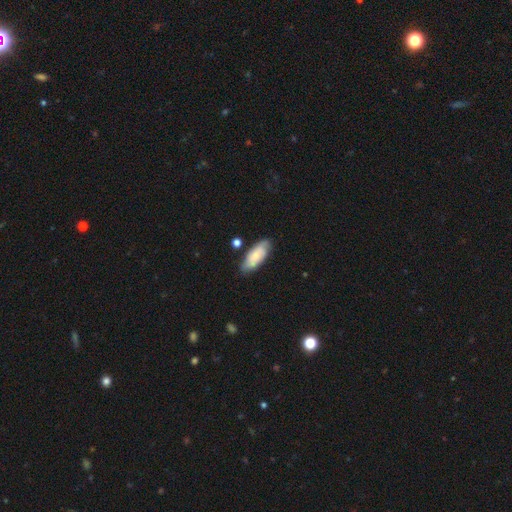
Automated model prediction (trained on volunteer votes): Smooth or featured? smooth (58%)
How rounded? in between (77%)
Merging? none (76%)